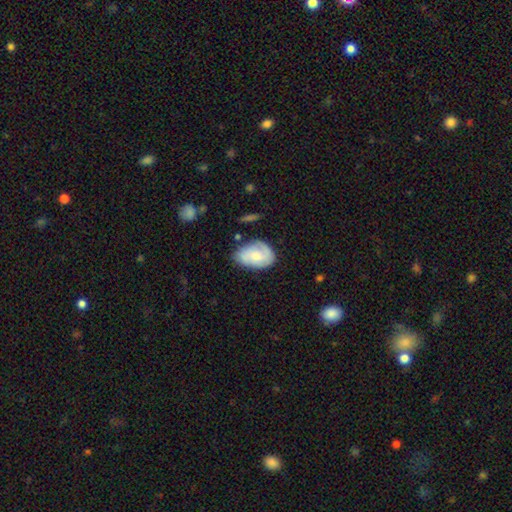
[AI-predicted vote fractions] smooth 50%, featured or disk 44%, star or artifact 6%. Down the decision tree: merging — none (62%).